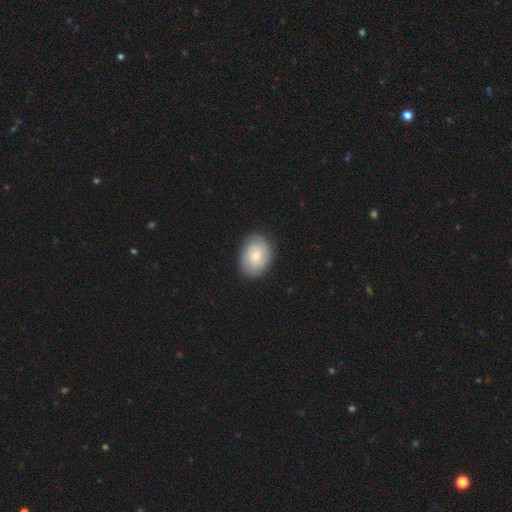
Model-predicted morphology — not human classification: This is possibly a smooth galaxy (51%). How rounded: likely in between (68%). Merging: clearly none (83%).